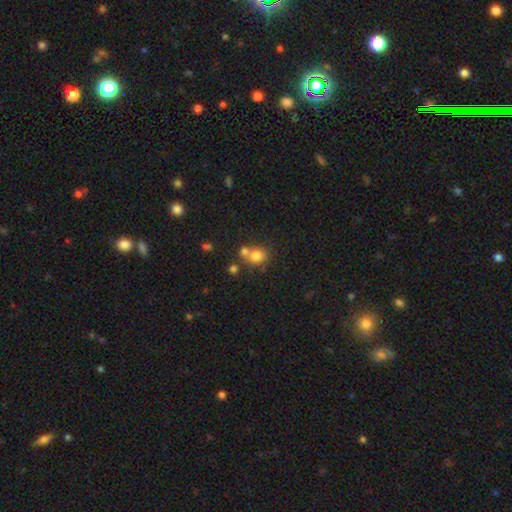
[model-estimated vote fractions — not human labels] A smooth galaxy with no disk features (77%) that is round (68%).

Vote fractions:
- Smooth or featured? smooth: 77% / star or artifact: 12% / featured or disk: 11%
- How rounded? round: 68% / in between: 31% / cigar-shaped: 1%
- Merging? none: 45% / merger: 41% / minor disturbance: 10% / major disturbance: 4%